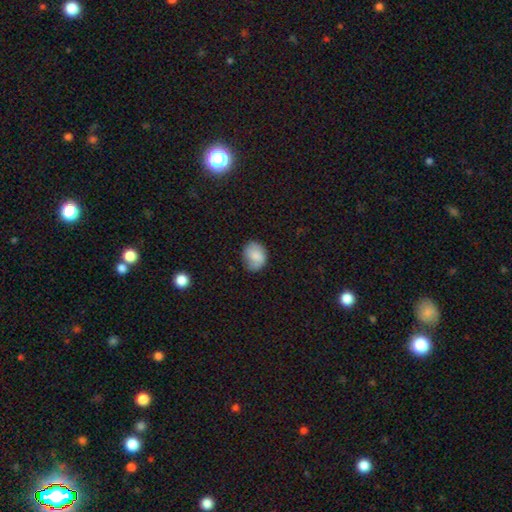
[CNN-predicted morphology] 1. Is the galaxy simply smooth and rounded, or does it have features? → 74% smooth, 18% featured or disk, 8% star or artifact.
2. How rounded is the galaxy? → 53% round, 46% in between, 1% cigar-shaped.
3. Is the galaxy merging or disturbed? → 70% none, 23% minor disturbance, 5% major disturbance, 1% merger.